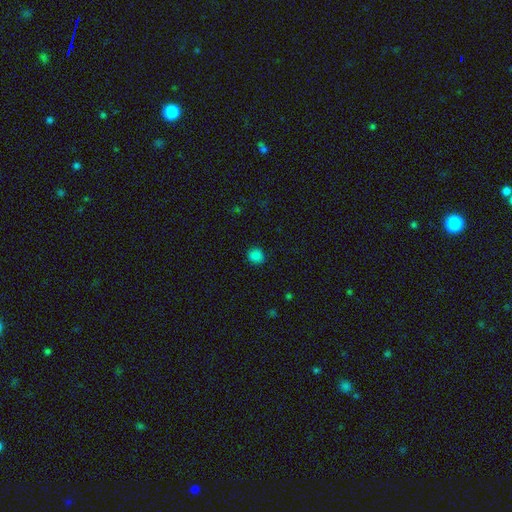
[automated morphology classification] Smooth or featured?
  - smooth: 83% *
  - star or artifact: 14%
  - featured or disk: 3%
How rounded?
  - round: 83% *
  - in between: 16%
  - cigar-shaped: 1%
Merging?
  - none: 89% *
  - minor disturbance: 7%
  - major disturbance: 2%
  - merger: 1%